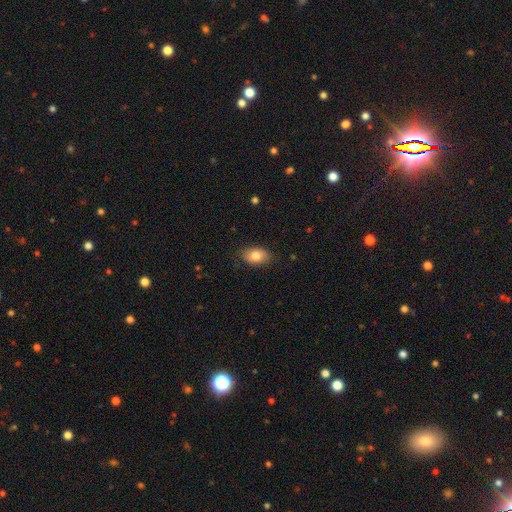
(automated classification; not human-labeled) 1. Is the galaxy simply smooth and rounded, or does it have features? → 79% smooth, 13% featured or disk, 8% star or artifact.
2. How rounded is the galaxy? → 86% in between, 13% round, 1% cigar-shaped.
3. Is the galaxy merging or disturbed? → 81% none, 15% minor disturbance, 3% major disturbance, 1% merger.